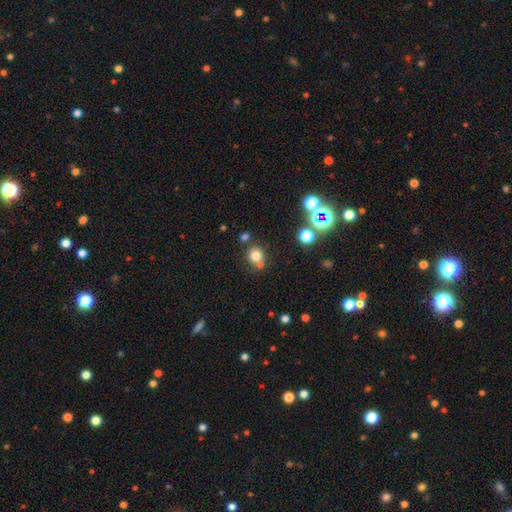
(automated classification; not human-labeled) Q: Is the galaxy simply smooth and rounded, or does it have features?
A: smooth — 76%.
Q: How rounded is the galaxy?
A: round — 87%.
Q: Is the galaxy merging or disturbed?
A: none — 66%.